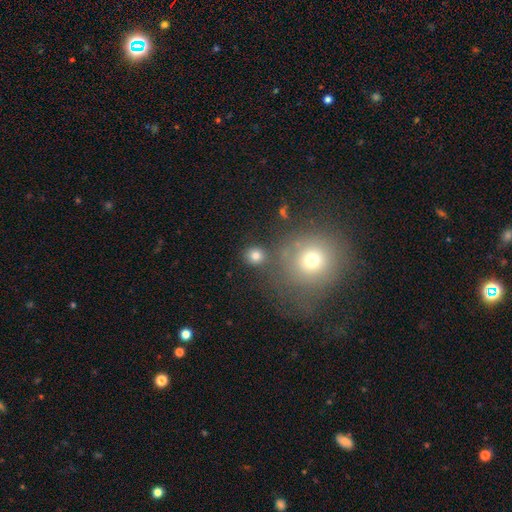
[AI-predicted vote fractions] Smooth or featured? smooth (79%)
How rounded? round (88%)
Merging? none (79%)